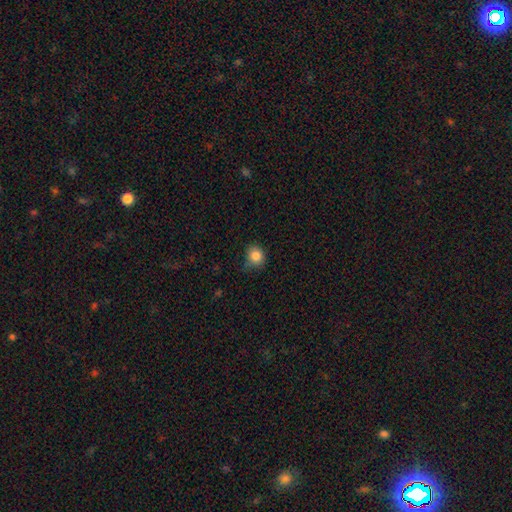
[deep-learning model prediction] Smooth or featured?
  - smooth: 84% *
  - star or artifact: 11%
  - featured or disk: 5%
How rounded?
  - round: 78% *
  - in between: 21%
  - cigar-shaped: 1%
Merging?
  - none: 69% *
  - minor disturbance: 24%
  - major disturbance: 5%
  - merger: 2%